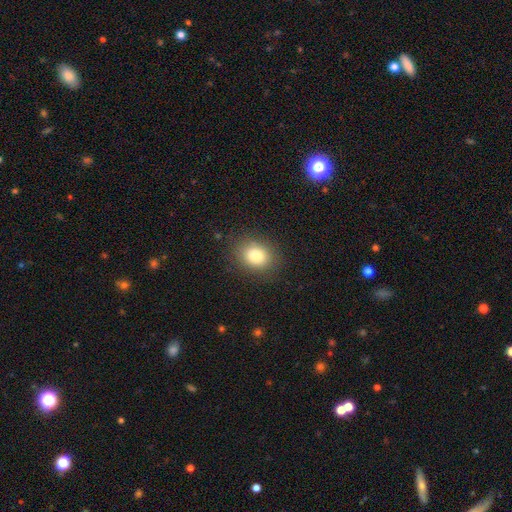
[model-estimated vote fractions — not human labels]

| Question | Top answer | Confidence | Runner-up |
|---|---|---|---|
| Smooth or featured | smooth | 81% | star or artifact (11%) |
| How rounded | round | 55% | in between (44%) |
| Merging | none | 86% | minor disturbance (10%) |